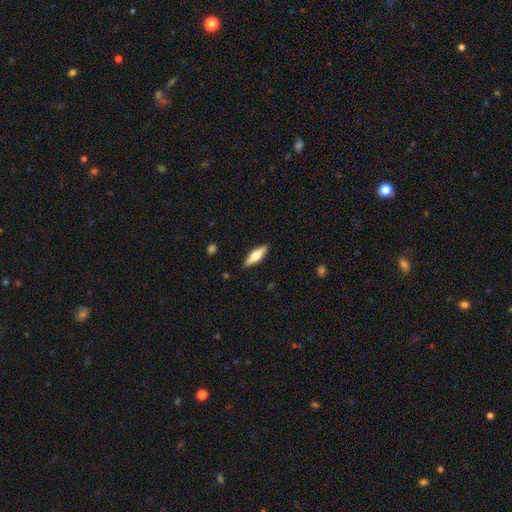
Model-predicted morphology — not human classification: type=featured or disk (49%); merging=none (89%).